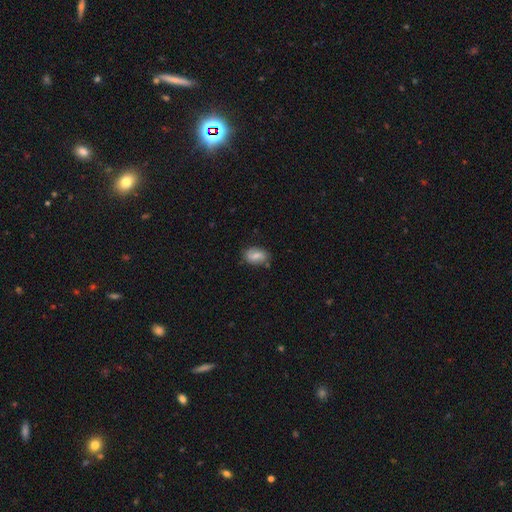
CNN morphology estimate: Smooth or featured? Predicted: smooth (p=0.60). How rounded? Predicted: in between (p=0.87). Merging? Predicted: none (p=0.70).